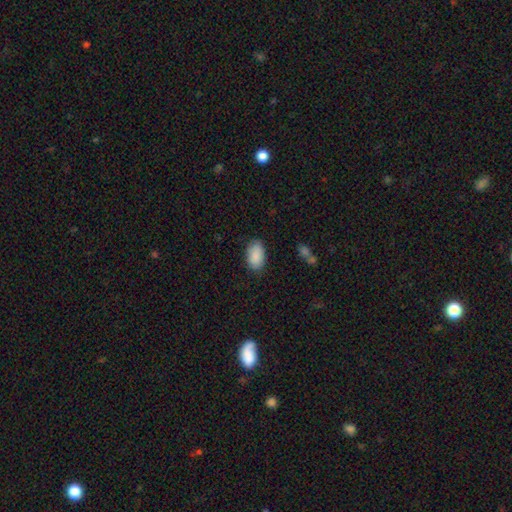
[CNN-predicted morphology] Smooth or featured? Predicted: smooth (p=0.90). How rounded? Predicted: in between (p=0.94). Merging? Predicted: none (p=0.82).